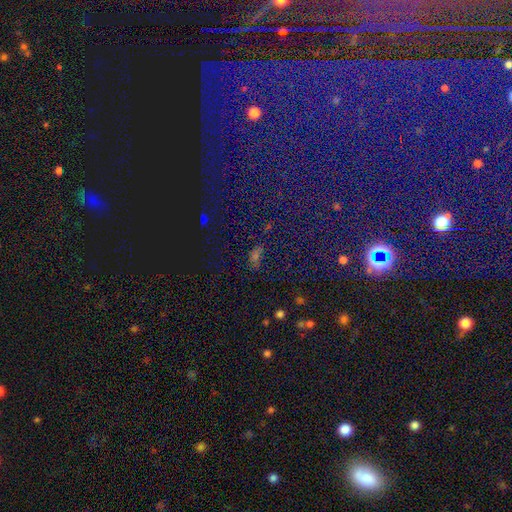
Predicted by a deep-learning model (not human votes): Overall: star or artifact (55%; smooth 34%).